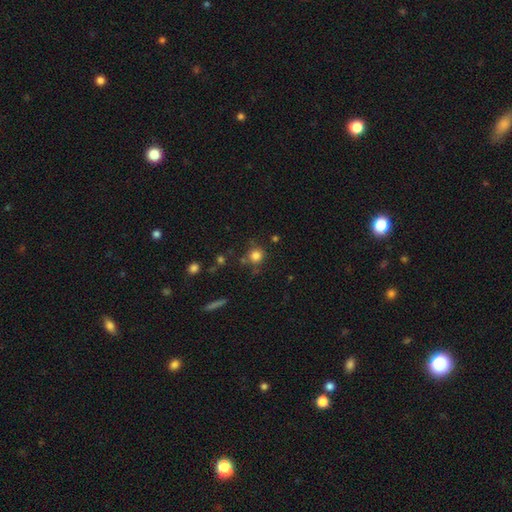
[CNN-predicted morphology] Smooth or featured: smooth — 80% (star or artifact — 13%)
How rounded: round — 90% (in between — 9%)
Merging: none — 74% (minor disturbance — 14%)